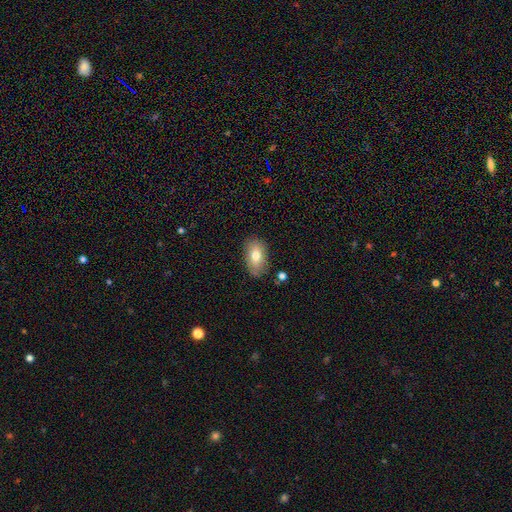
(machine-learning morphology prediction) Smooth or featured: smooth — 76% (featured or disk — 17%)
How rounded: in between — 91% (round — 7%)
Merging: none — 81% (minor disturbance — 13%)